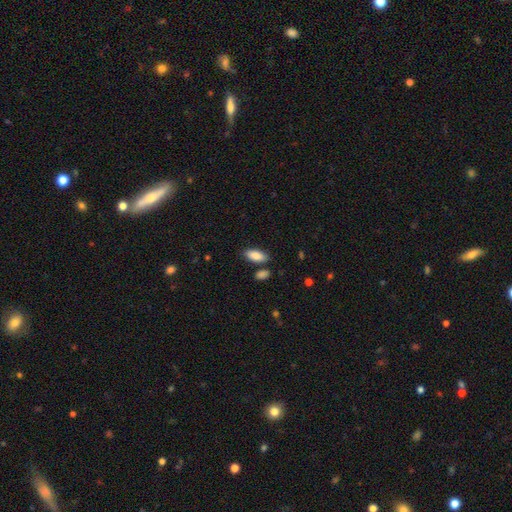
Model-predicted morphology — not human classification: This appears to be a smooth galaxy with no disk features (87%) that is in between round and cigar-shaped (85%). Merging: none (81%).